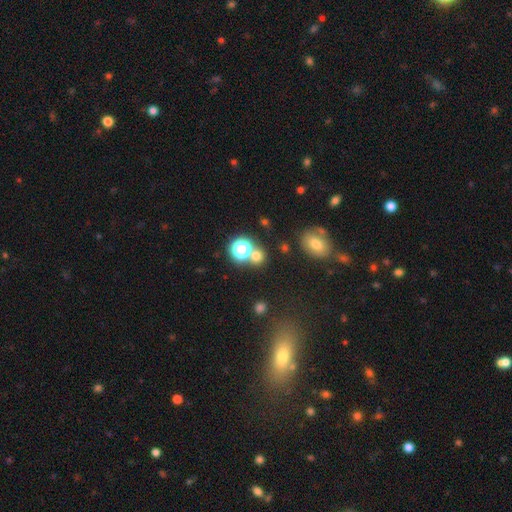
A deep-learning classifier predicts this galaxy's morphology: A smooth galaxy with no disk features (65%) that is round (85%).

Vote fractions:
- Smooth or featured? smooth: 65% / star or artifact: 28% / featured or disk: 8%
- How rounded? round: 85% / in between: 14% / cigar-shaped: 1%
- Merging? none: 64% / merger: 24% / minor disturbance: 8% / major disturbance: 4%